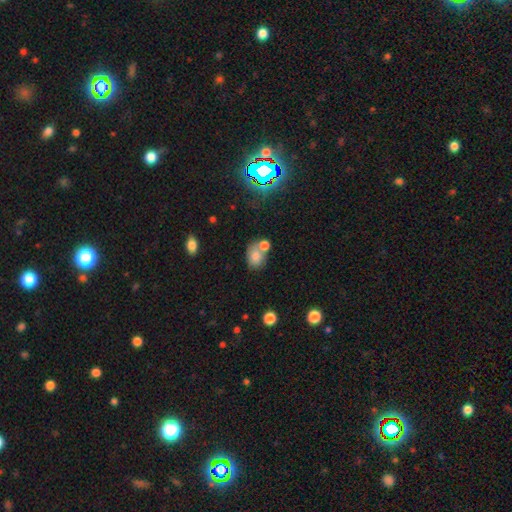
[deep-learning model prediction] Smooth or featured: smooth — 76% (star or artifact — 12%)
How rounded: in between — 64% (round — 35%)
Merging: none — 44% (merger — 35%)